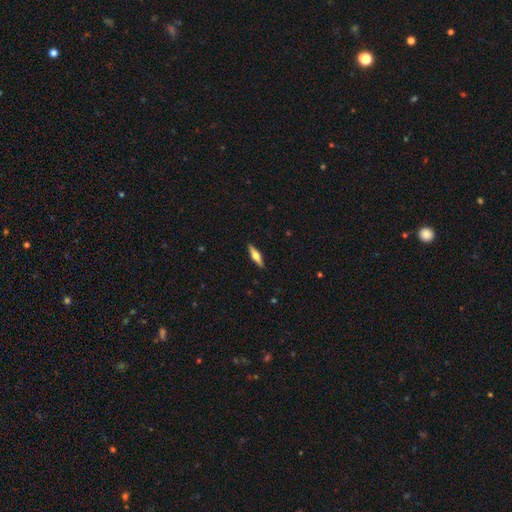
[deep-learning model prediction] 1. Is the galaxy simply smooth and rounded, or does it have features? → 53% featured or disk, 41% smooth, 6% star or artifact.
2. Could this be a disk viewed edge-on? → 95% yes, 5% no.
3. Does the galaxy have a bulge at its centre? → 92% rounded, 6% boxy, 2% none.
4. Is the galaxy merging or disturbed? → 90% none, 7% minor disturbance, 2% major disturbance, 1% merger.